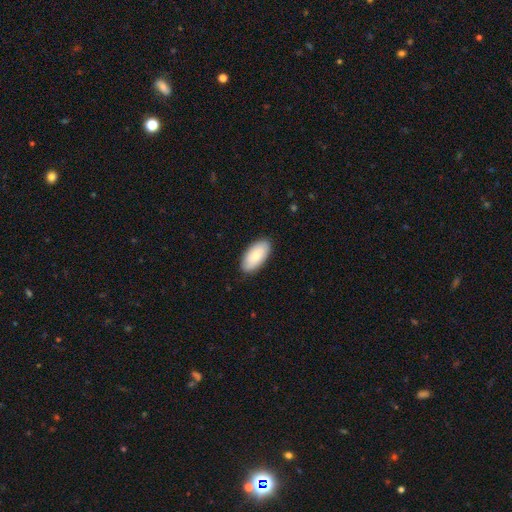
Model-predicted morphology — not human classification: This is likely a smooth galaxy (78%). How rounded: clearly in between (94%). Merging: clearly none (88%).